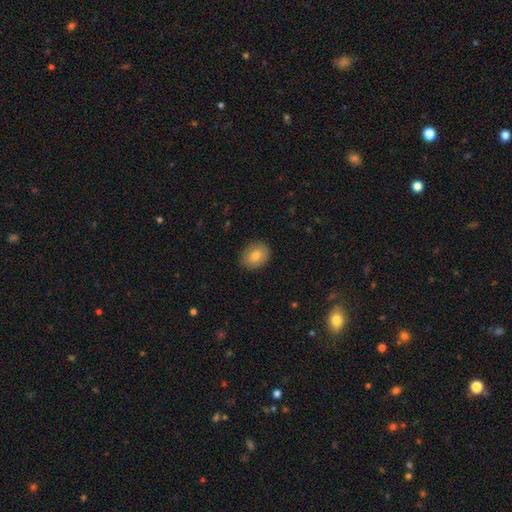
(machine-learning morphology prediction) Overall: smooth (78%). How rounded: round (50%; in between 49%). Merging: none (88%).